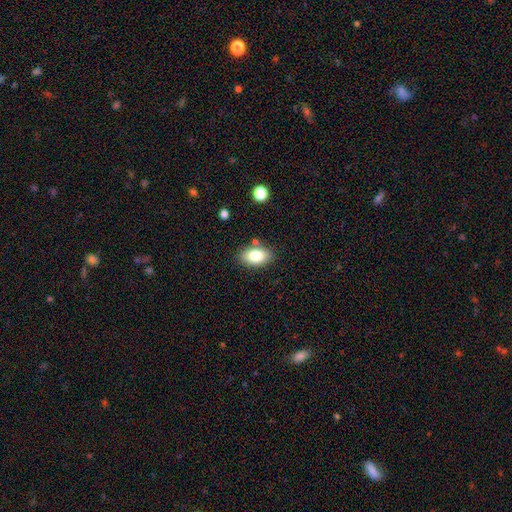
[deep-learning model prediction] smooth_or_featured: smooth (p=0.82) [alt: featured or disk p=0.10]
how_rounded: in between (p=0.91) [alt: round p=0.08]
merging: none (p=0.79) [alt: minor disturbance p=0.12]